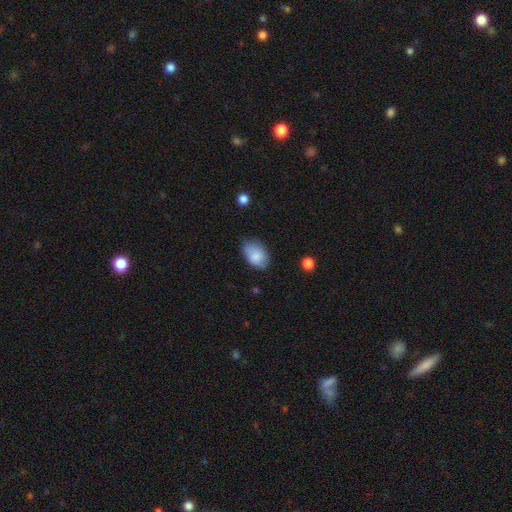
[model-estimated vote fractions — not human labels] A smooth galaxy with no disk features (84%) that is in between round and cigar-shaped (88%).

Vote fractions:
- Smooth or featured? smooth: 84% / featured or disk: 9% / star or artifact: 7%
- How rounded? in between: 88% / round: 11% / cigar-shaped: 1%
- Merging? none: 64% / minor disturbance: 29% / major disturbance: 5% / merger: 2%